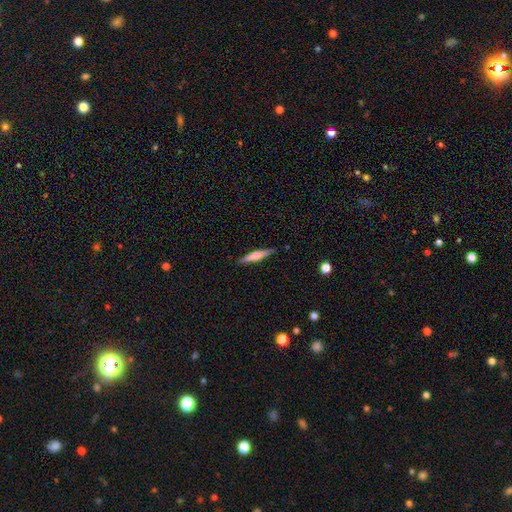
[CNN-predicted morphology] type=smooth (53%); roundness=cigar-shaped (89%); merging=none (88%).